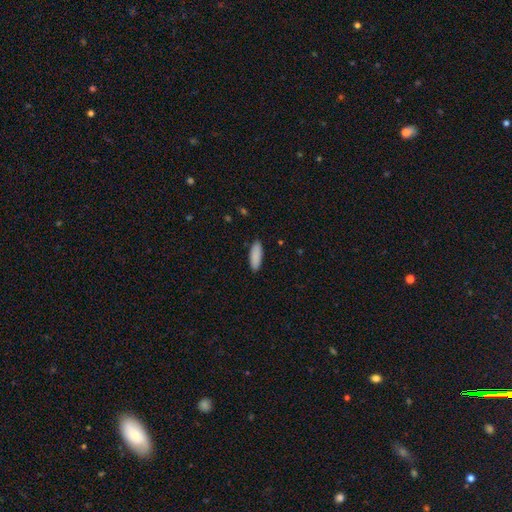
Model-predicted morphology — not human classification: Smooth or featured? smooth (90%)
How rounded? in between (61%)
Merging? none (89%)